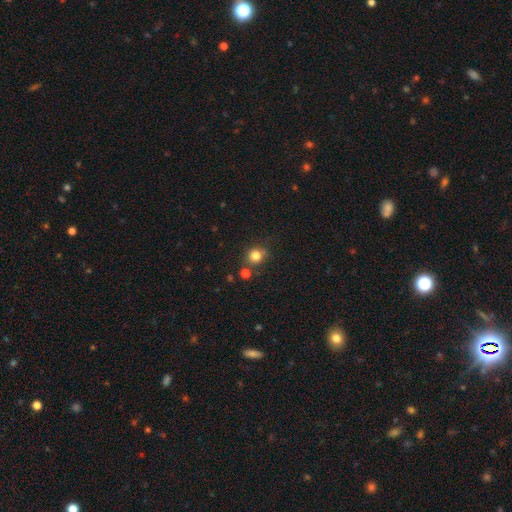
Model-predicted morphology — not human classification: smooth_or_featured: smooth (p=0.81) [alt: star or artifact p=0.13]
how_rounded: round (p=0.84) [alt: in between p=0.15]
merging: none (p=0.71) [alt: minor disturbance p=0.13]